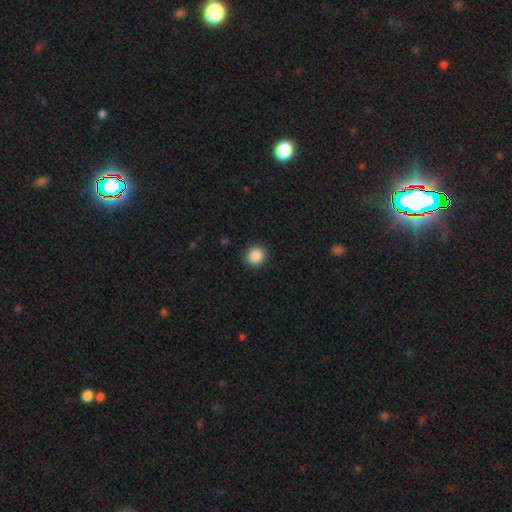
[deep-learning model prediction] Overall: smooth (88%). How rounded: round (89%). Merging: none (90%).